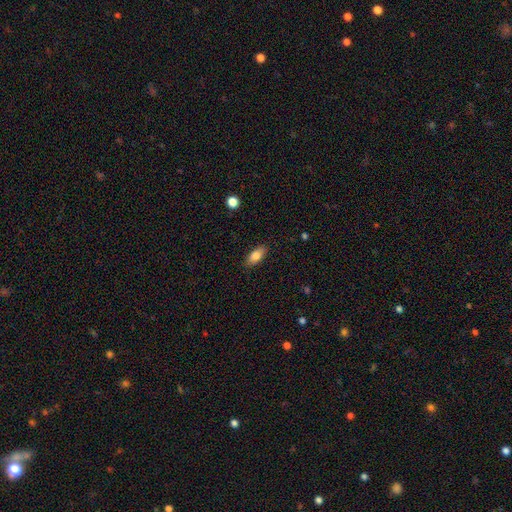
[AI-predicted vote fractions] A smooth galaxy with no disk features (81%) that is in between round and cigar-shaped (85%). Merging: none (87%).